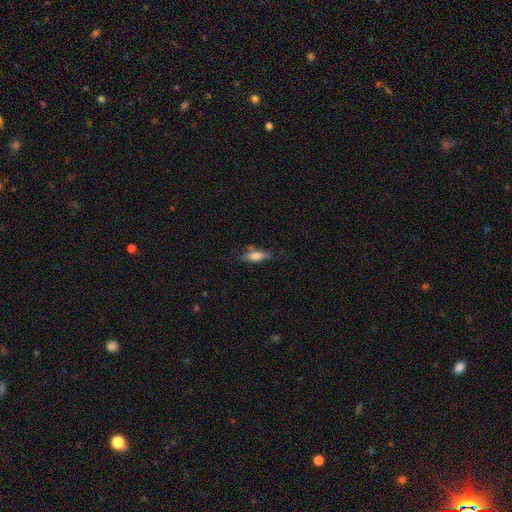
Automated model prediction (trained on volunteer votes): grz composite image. It shows a smooth galaxy with no disk features (74%) that is in between round and cigar-shaped (55%). Merging: none (68%).